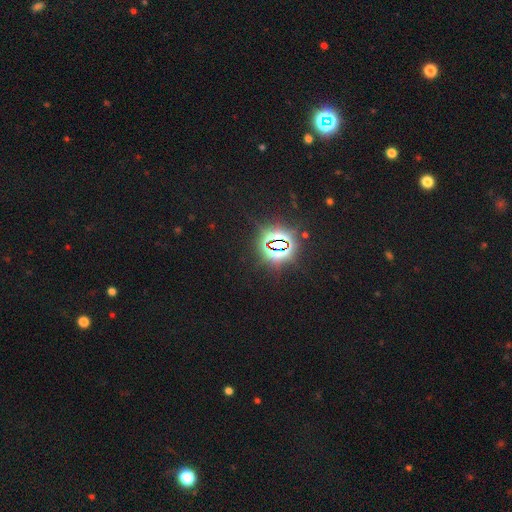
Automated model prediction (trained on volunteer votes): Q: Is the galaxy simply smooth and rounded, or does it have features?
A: star or artifact — 82%.